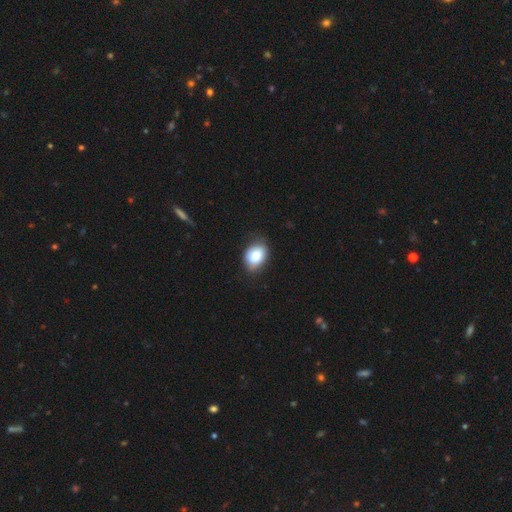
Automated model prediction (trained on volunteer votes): This is clearly a smooth galaxy (84%). How rounded: likely in between (76%). Merging: likely none (71%).